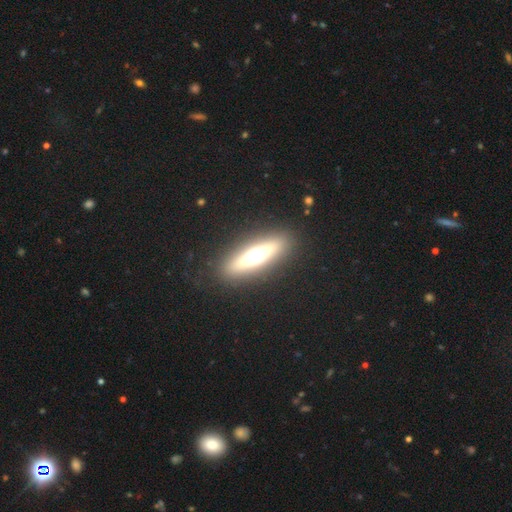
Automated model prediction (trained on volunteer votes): Morphology: type=featured or disk (57%); edge-on=yes (89%); edge-on bulge=rounded (91%); merging=none (88%).